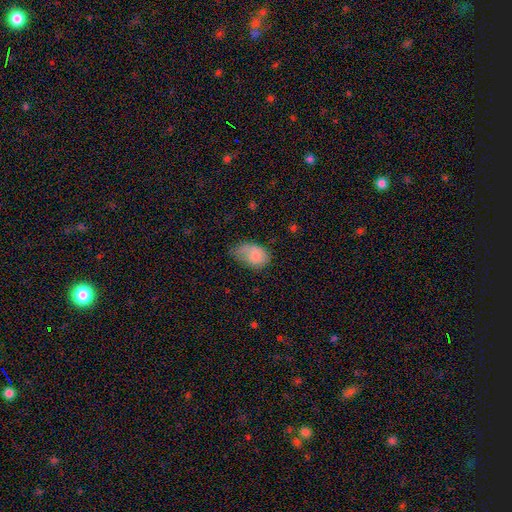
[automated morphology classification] Smooth or featured? smooth (80%)
How rounded? in between (86%)
Merging? minor disturbance (39%)